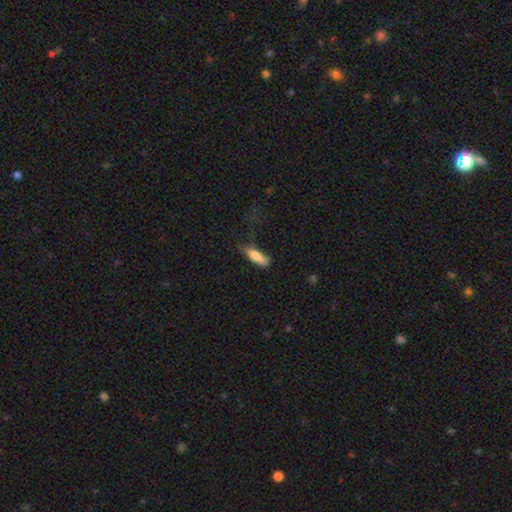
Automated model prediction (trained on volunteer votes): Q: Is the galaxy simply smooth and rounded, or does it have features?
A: smooth — 78%.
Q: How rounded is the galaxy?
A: cigar-shaped — 50%.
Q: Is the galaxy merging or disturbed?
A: none — 41%.